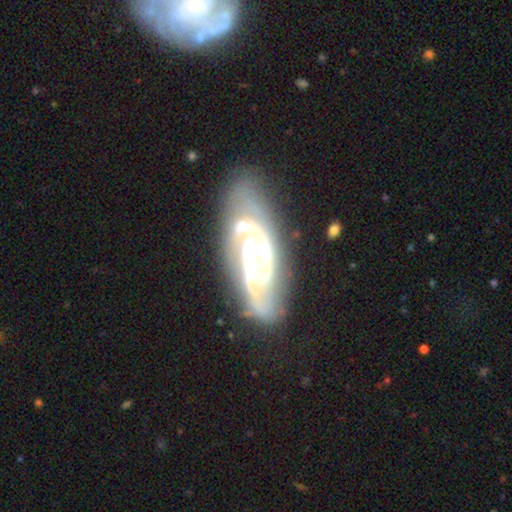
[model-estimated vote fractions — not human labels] Q: Smooth or featured?
A: featured or disk (87%); runner-up: smooth (7%)
Q: Edge-on disk?
A: no (93%); runner-up: yes (7%)
Q: Bar?
A: no (55%); runner-up: weak (30%)
Q: Spiral arms?
A: yes (96%); runner-up: no (4%)
Q: Spiral winding?
A: tight (47%); runner-up: medium (42%)
Q: Spiral arm count?
A: 2 (61%); runner-up: 3 (16%)
Q: Bulge size?
A: moderate (53%); runner-up: large (25%)
Q: Merging?
A: none (72%); runner-up: minor disturbance (18%)